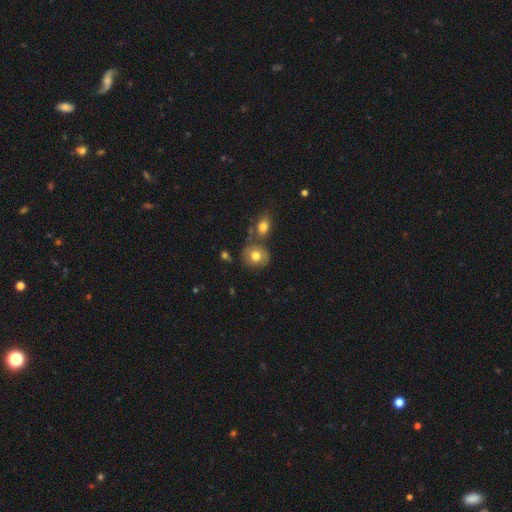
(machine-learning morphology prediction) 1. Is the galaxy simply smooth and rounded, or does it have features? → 74% smooth, 17% featured or disk, 9% star or artifact.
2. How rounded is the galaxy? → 78% round, 21% in between, 1% cigar-shaped.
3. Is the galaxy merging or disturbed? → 66% none, 17% merger, 13% minor disturbance, 4% major disturbance.